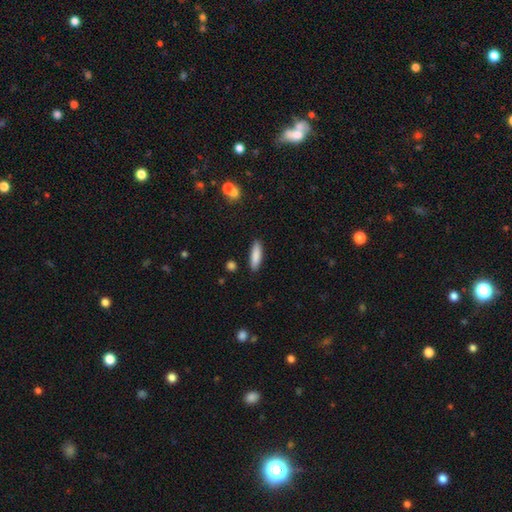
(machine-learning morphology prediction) A smooth galaxy with no disk features (85%) that is cigar-shaped (62%).

Vote fractions:
- Smooth or featured? smooth: 85% / featured or disk: 8% / star or artifact: 6%
- How rounded? cigar-shaped: 62% / in between: 36% / round: 2%
- Merging? none: 88% / minor disturbance: 9% / major disturbance: 2% / merger: 2%